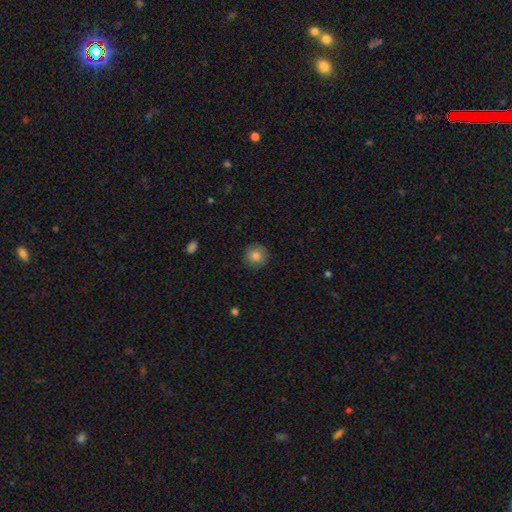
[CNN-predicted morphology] Smooth or featured: smooth — 83% (star or artifact — 9%)
How rounded: round — 93% (in between — 6%)
Merging: none — 90% (minor disturbance — 7%)